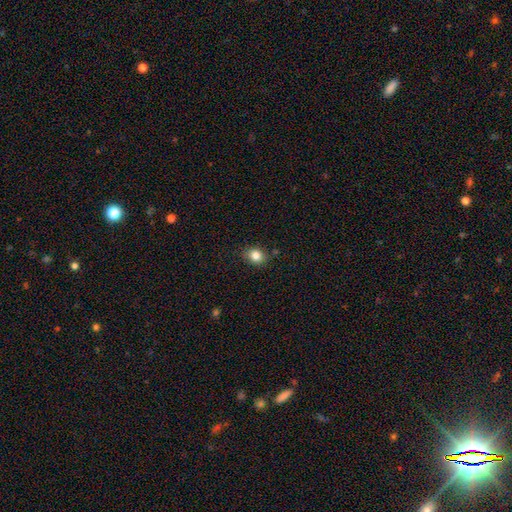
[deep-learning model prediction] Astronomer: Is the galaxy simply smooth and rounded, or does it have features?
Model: smooth — 83%.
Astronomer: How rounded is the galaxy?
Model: round — 56% (runner-up: in between, 43%).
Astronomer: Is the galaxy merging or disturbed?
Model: none — 84%.